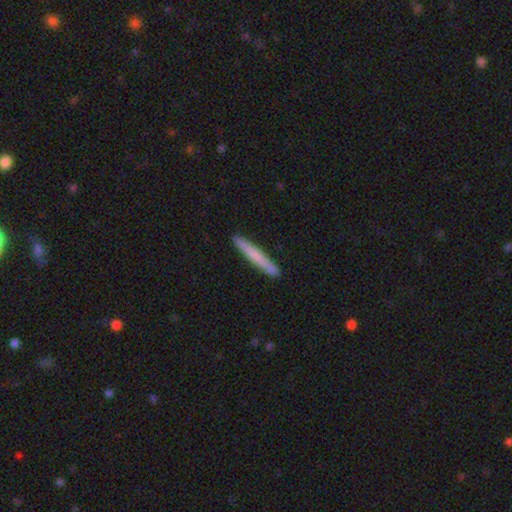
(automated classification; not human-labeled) smooth-or-featured: smooth: 70% | featured or disk: 25% | star or artifact: 5%
  how-rounded: cigar-shaped: 97% | in between: 2% | round: 1%
  merging: none: 91% | minor disturbance: 6% | major disturbance: 1% | merger: 1%